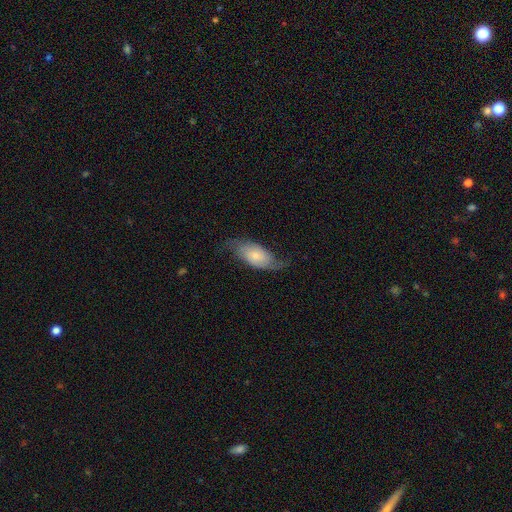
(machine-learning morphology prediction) A featured or disk galaxy (52%). Merging: none (59%).